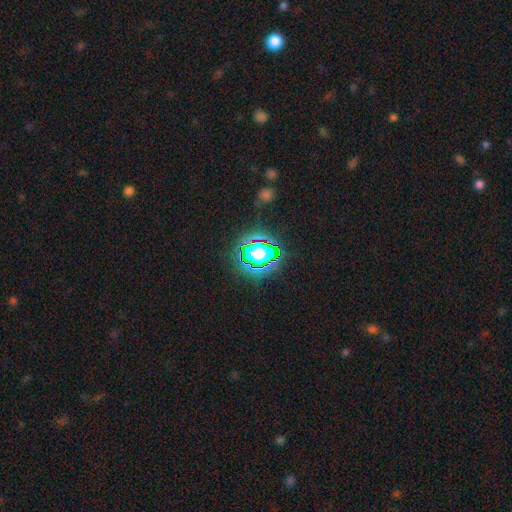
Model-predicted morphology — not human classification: The model was most divided on "smooth or featured": star or artifact: 80%, smooth: 13%, featured or disk: 7%.